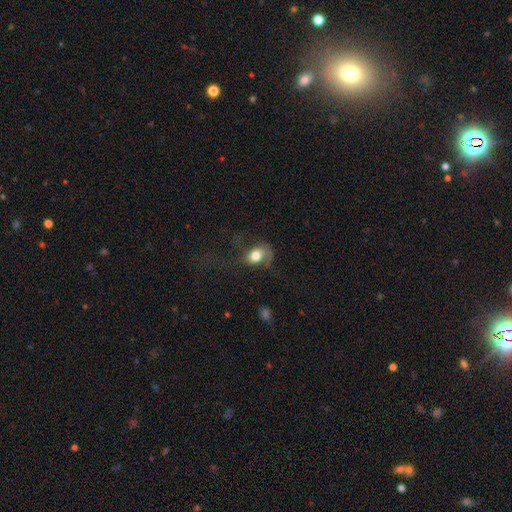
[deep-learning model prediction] Smooth or featured? smooth (68%)
How rounded? in between (65%)
Merging? major disturbance (40%)